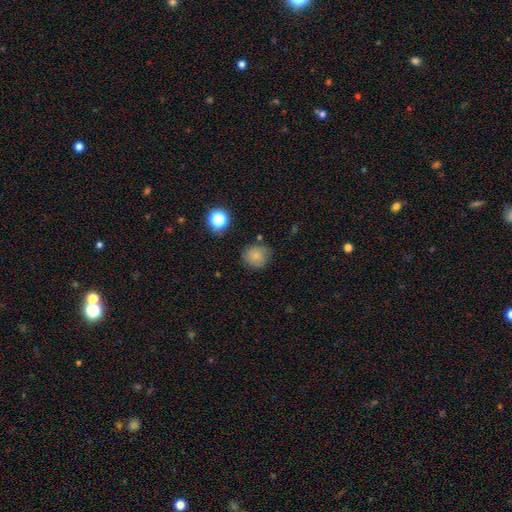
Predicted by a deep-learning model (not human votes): smooth 77%, star or artifact 13%, featured or disk 10%. Down the decision tree: how rounded — round (87%); merging — none (76%).